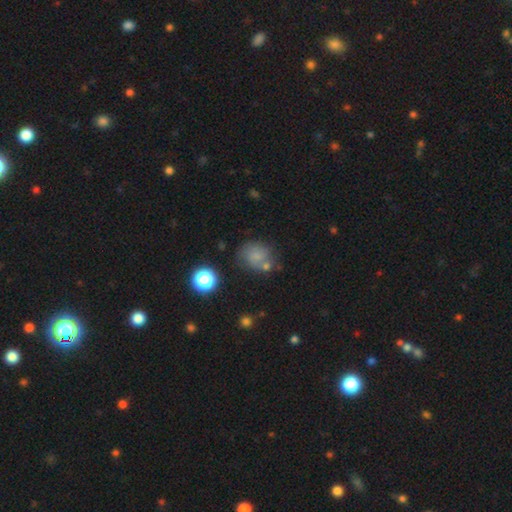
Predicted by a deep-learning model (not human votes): Morphology: type=smooth (70%); roundness=round (66%); merging=none (57%).